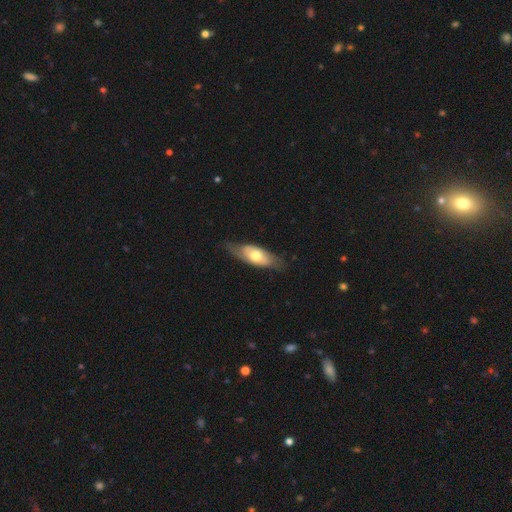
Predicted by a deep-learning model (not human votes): smooth 49%, featured or disk 46%, star or artifact 5%. Down the decision tree: merging — none (66%).